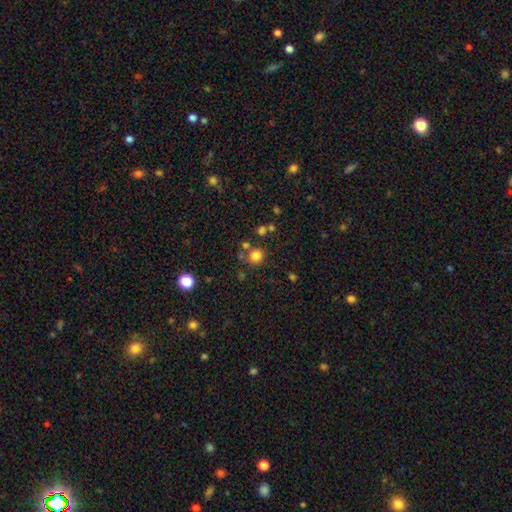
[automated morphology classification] Smooth or featured? Predicted: smooth (p=0.79). How rounded? Predicted: round (p=0.88). Merging? Predicted: none (p=0.73).